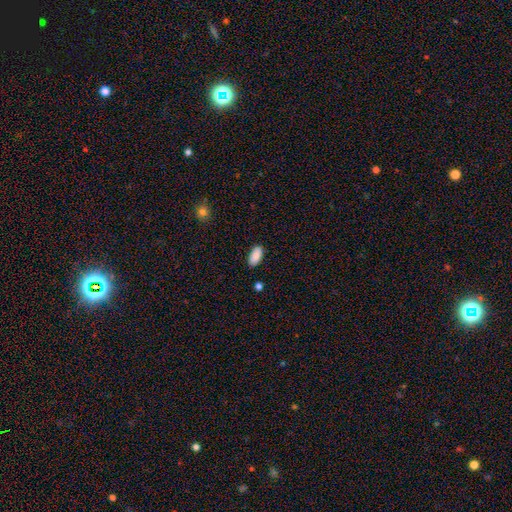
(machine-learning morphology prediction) A smooth galaxy with no disk features (89%) that is in between round and cigar-shaped (92%). Merging: none (86%).